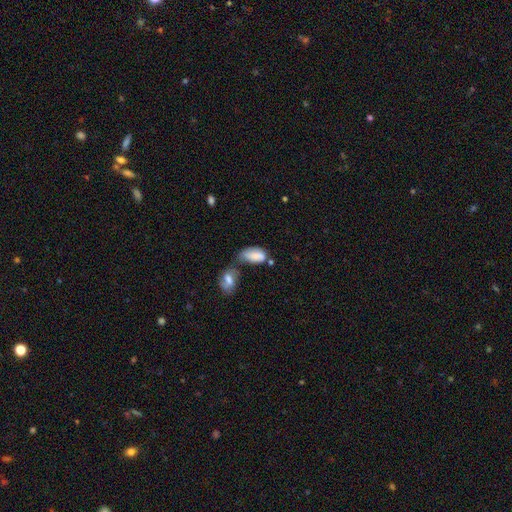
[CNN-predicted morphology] This is clearly a smooth galaxy (82%). How rounded: clearly in between (93%). Merging: marginally merger (35%).